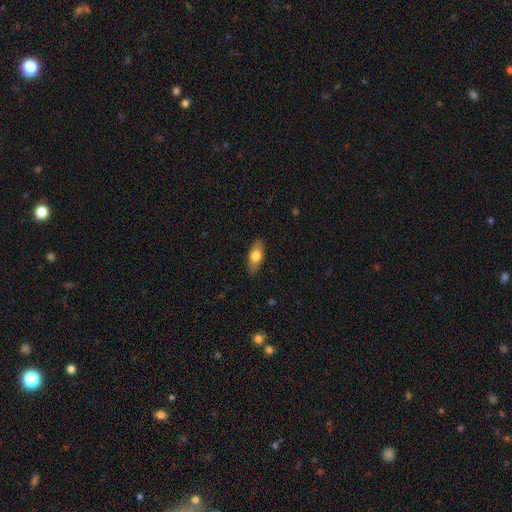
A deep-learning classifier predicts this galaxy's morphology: smooth 68%, featured or disk 26%, star or artifact 6%. Down the decision tree: how rounded — in between (82%); merging — none (85%).